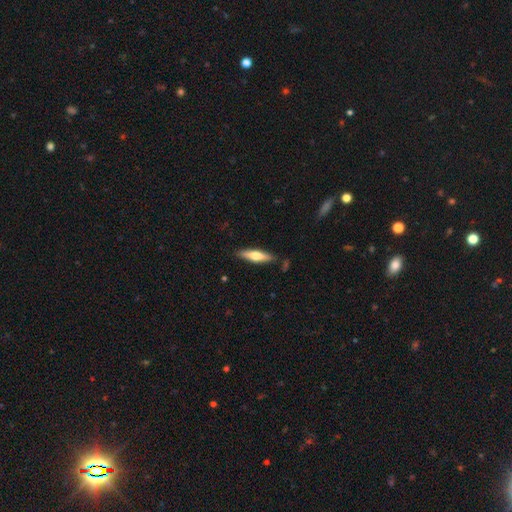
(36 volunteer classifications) Smooth or featured: featured or disk — 50% (smooth — 47%)
Edge-on disk: yes — 94% (no — 6%)
Edge-on bulge: rounded — 94% (boxy — 6%)
Merging: none — 83% (minor disturbance — 14%)